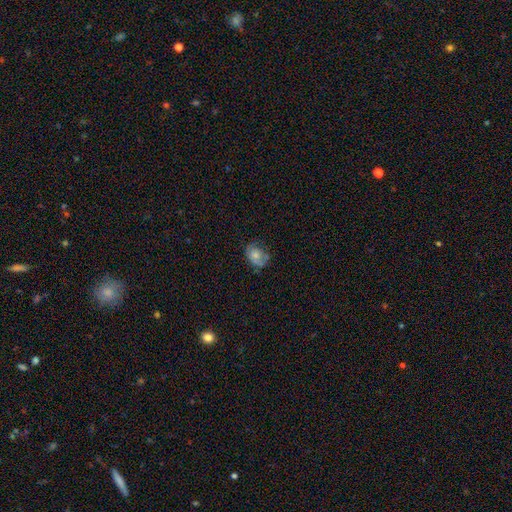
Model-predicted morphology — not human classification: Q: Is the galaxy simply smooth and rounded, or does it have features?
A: smooth — 62%.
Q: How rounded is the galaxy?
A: in between — 67%.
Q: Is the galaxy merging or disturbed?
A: none — 50%.